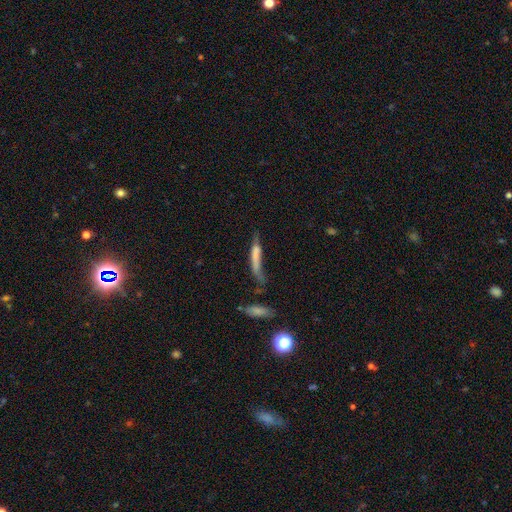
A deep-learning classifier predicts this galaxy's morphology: The model was most divided on "merging": major disturbance: 31%, none: 29%, minor disturbance: 24%, merger: 16%. More confident: how rounded — cigar-shaped (84%); smooth or featured — smooth (61%).